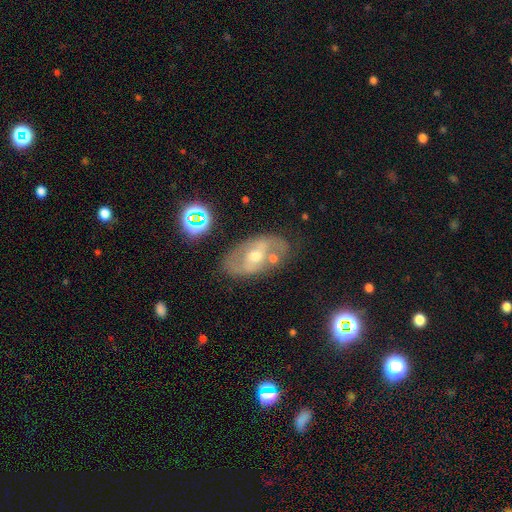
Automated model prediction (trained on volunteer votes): Smooth or featured?
  - featured or disk: 67% *
  - smooth: 24%
  - star or artifact: 10%
Edge-on disk?
  - no: 91% *
  - yes: 9%
Bar?
  - weak: 38% * (tied)
  - no: 38% * (tied)
  - strong: 24%
Spiral arms?
  - yes: 51% *
  - no: 49%
Bulge size?
  - moderate: 64% *
  - small: 29%
  - large: 5%
  - none: 2%
  - dominant: 1%
Merging?
  - none: 68% *
  - minor disturbance: 18%
  - major disturbance: 8%
  - merger: 7%